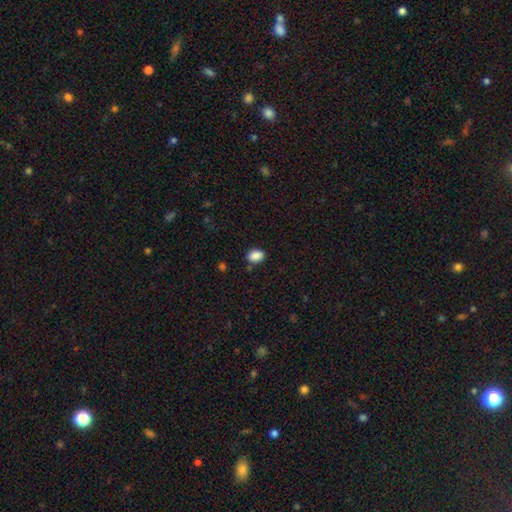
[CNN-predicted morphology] The model was most divided on "how rounded": in between: 78%, round: 21%, cigar-shaped: 1%. More confident: smooth or featured — smooth (88%); merging — none (82%).